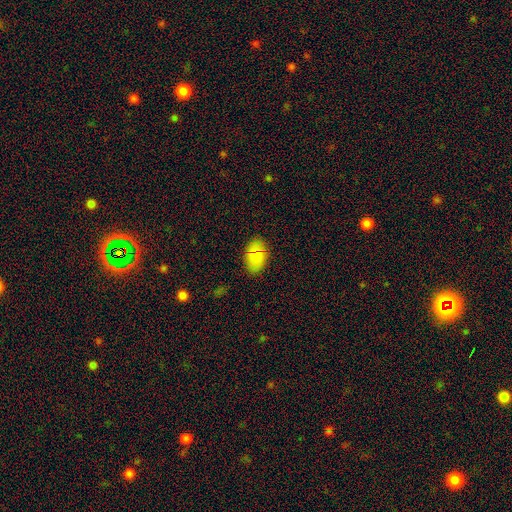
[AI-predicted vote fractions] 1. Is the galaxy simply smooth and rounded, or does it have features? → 82% smooth, 12% star or artifact, 6% featured or disk.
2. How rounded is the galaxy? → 91% in between, 8% round, 1% cigar-shaped.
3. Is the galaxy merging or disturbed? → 85% none, 11% minor disturbance, 3% major disturbance, 1% merger.